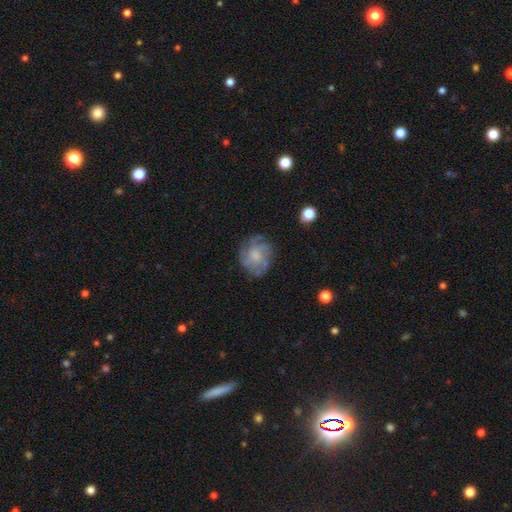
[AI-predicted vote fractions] Smooth or featured: featured or disk — 59% (smooth — 32%)
Edge-on disk: no — 98% (yes — 2%)
Bar: no — 77% (weak — 20%)
Spiral arms: yes — 77% (no — 23%)
Bulge size: moderate — 39% (small — 35%)
Merging: none — 68% (minor disturbance — 19%)